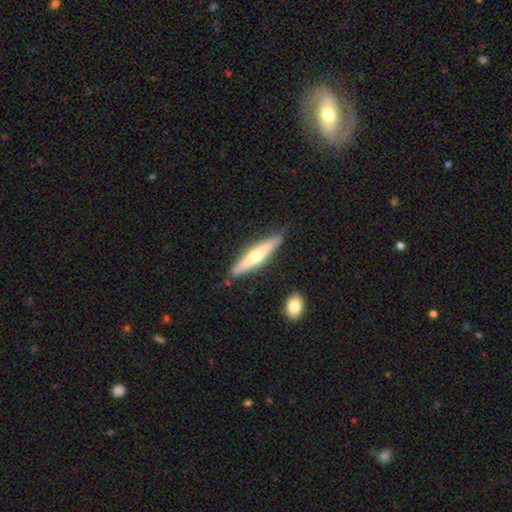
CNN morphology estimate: A featured or disk galaxy (51%) viewed edge-on (93%).

Vote fractions:
- Smooth or featured? featured or disk: 51% / smooth: 43% / star or artifact: 6%
- Edge-on disk? yes: 93% / no: 7%
- Merging? none: 83% / minor disturbance: 12% / merger: 3% / major disturbance: 2%